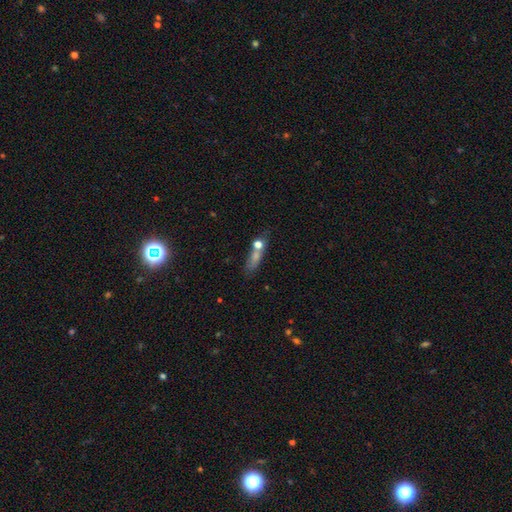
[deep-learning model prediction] Smooth or featured?
  - smooth: 55% *
  - featured or disk: 26%
  - star or artifact: 20%
How rounded?
  - cigar-shaped: 48% *
  - in between: 33%
  - round: 19%
Merging?
  - none: 50% *
  - merger: 28%
  - minor disturbance: 13%
  - major disturbance: 8%